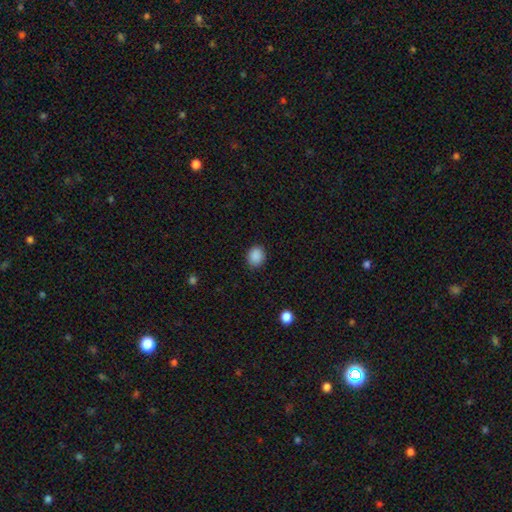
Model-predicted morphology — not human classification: Smooth or featured?
  - smooth: 89% *
  - star or artifact: 9%
  - featured or disk: 3%
How rounded?
  - round: 63% *
  - in between: 36%
  - cigar-shaped: 1%
Merging?
  - none: 88% *
  - minor disturbance: 8%
  - major disturbance: 2%
  - merger: 1%